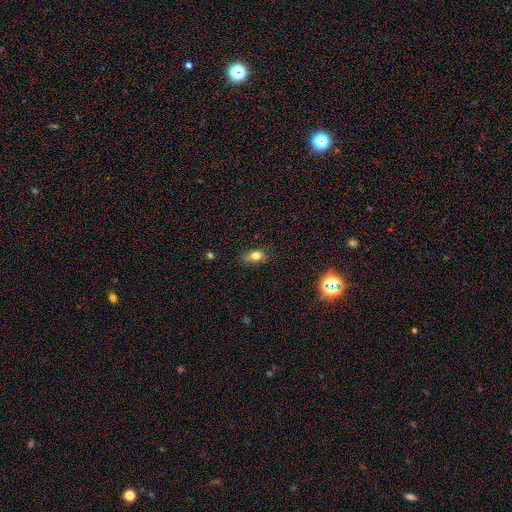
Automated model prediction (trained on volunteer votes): Smooth or featured? smooth (77%)
How rounded? in between (75%)
Merging? none (69%)